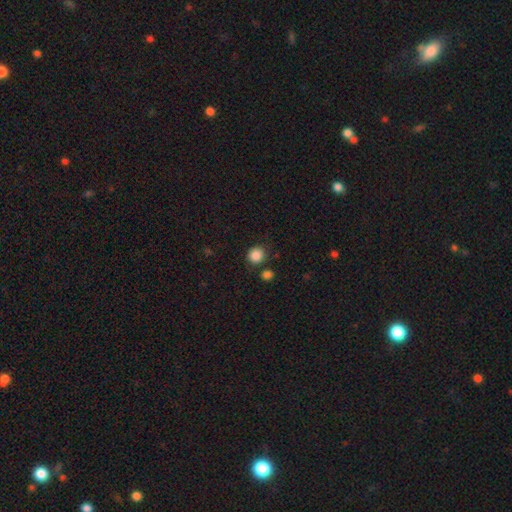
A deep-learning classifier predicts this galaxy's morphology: Smooth or featured: smooth — 86% (star or artifact — 10%)
How rounded: round — 88% (in between — 11%)
Merging: none — 80% (minor disturbance — 10%)